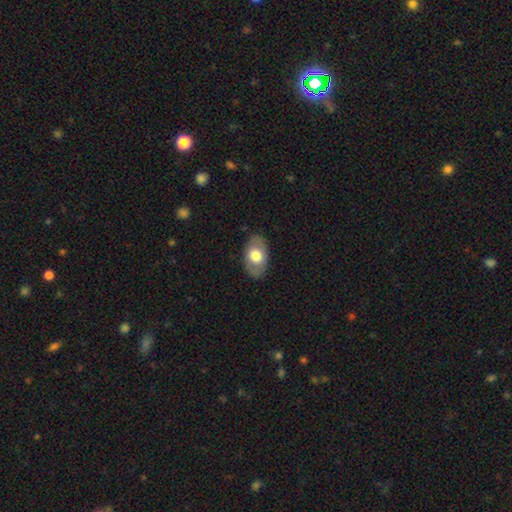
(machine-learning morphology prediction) Smooth or featured?
  - smooth: 64% *
  - featured or disk: 30%
  - star or artifact: 6%
How rounded?
  - in between: 91% *
  - round: 8%
  - cigar-shaped: 1%
Merging?
  - none: 84% *
  - minor disturbance: 12%
  - major disturbance: 3%
  - merger: 1%